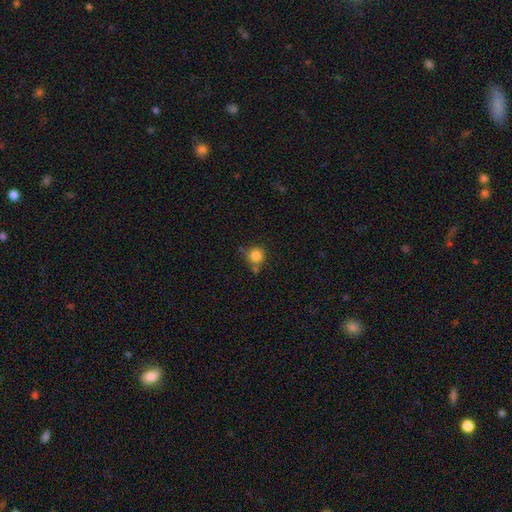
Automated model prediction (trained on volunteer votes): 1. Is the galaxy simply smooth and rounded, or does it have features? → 83% smooth, 11% star or artifact, 6% featured or disk.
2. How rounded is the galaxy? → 92% round, 7% in between, 1% cigar-shaped.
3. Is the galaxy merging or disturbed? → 64% none, 17% merger, 15% minor disturbance, 4% major disturbance.